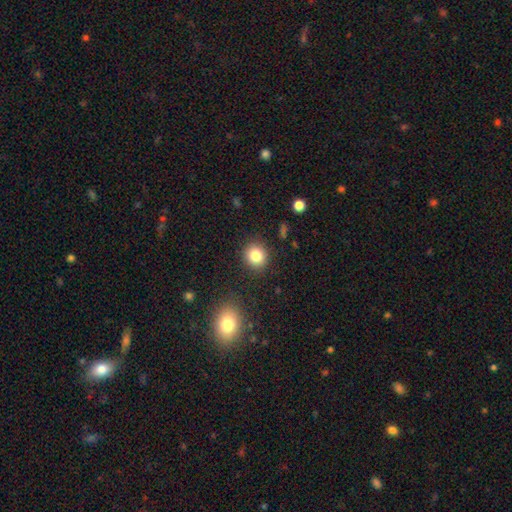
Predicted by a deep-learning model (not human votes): A smooth galaxy with no disk features (83%) that is round (85%).

Vote fractions:
- Smooth or featured? smooth: 83% / star or artifact: 10% / featured or disk: 7%
- How rounded? round: 85% / in between: 14% / cigar-shaped: 1%
- Merging? none: 89% / minor disturbance: 7% / major disturbance: 3% / merger: 2%